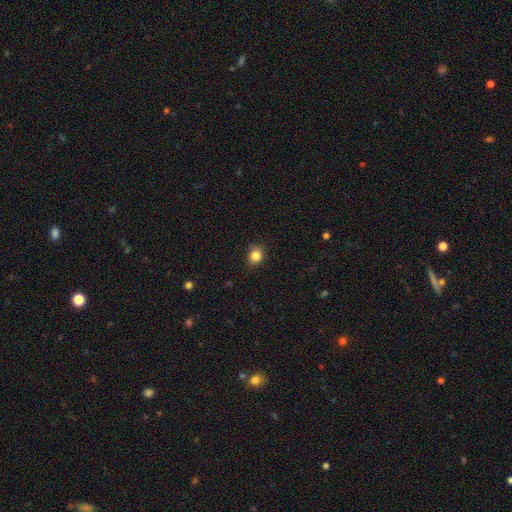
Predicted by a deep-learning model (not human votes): Smooth or featured? smooth (85%)
How rounded? round (64%)
Merging? none (83%)